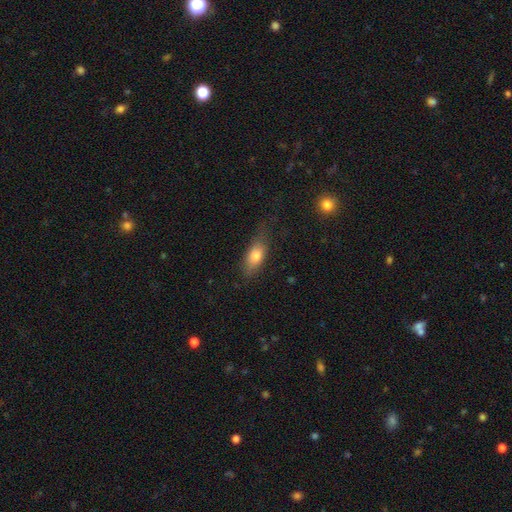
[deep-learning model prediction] Q: Smooth or featured?
A: smooth (75%); runner-up: featured or disk (17%)
Q: How rounded?
A: in between (78%); runner-up: cigar-shaped (17%)
Q: Merging?
A: none (64%); runner-up: minor disturbance (25%)